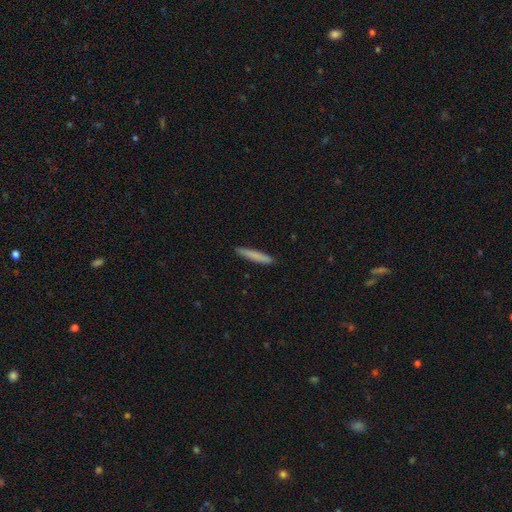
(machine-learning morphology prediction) A smooth galaxy with no disk features (81%) that is cigar-shaped (94%). Merging: none (90%).